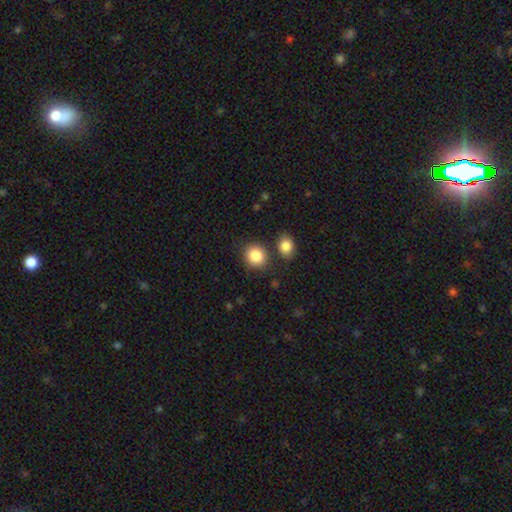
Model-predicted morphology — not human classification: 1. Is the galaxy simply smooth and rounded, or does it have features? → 86% smooth, 9% star or artifact, 5% featured or disk.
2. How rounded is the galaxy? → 80% round, 19% in between, 1% cigar-shaped.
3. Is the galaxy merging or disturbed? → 76% none, 11% merger, 10% minor disturbance, 3% major disturbance.